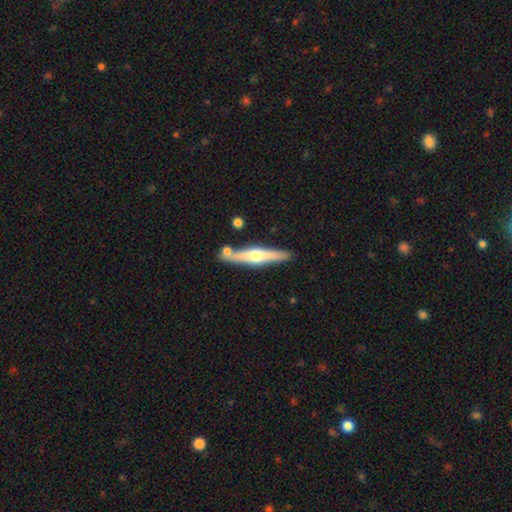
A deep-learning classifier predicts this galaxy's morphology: The model was most divided on "smooth or featured": featured or disk: 63%, smooth: 32%, star or artifact: 5%. More confident: edge-on disk — yes (96%); edge-on bulge — rounded (91%); merging — none (79%).